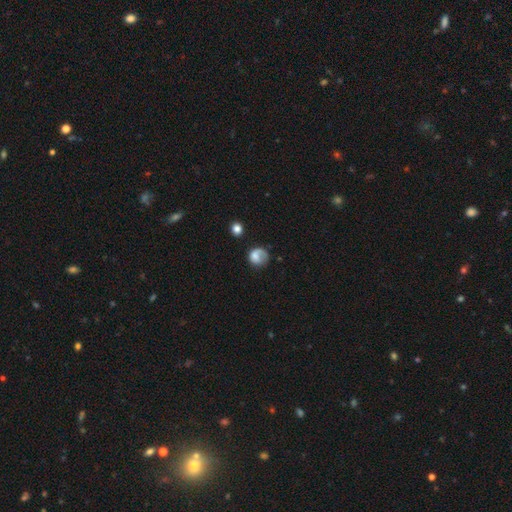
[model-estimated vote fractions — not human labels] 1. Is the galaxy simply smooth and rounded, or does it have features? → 61% smooth, 30% featured or disk, 9% star or artifact.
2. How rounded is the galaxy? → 76% round, 23% in between, 1% cigar-shaped.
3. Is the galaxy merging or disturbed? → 50% none, 23% minor disturbance, 23% major disturbance, 4% merger.